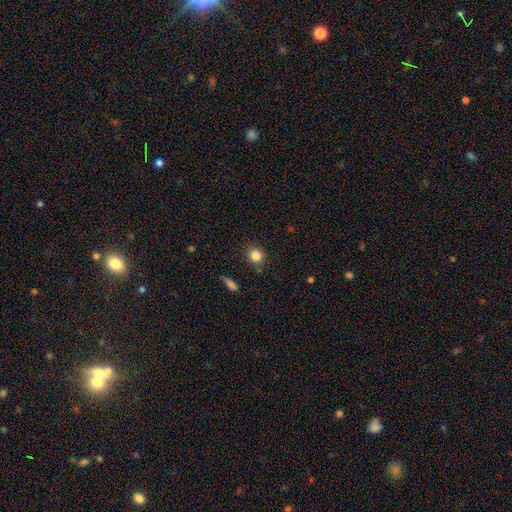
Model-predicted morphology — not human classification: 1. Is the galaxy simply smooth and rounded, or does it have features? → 84% smooth, 11% star or artifact, 6% featured or disk.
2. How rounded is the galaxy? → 79% round, 20% in between, 1% cigar-shaped.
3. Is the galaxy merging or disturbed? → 83% none, 12% minor disturbance, 3% major disturbance, 3% merger.